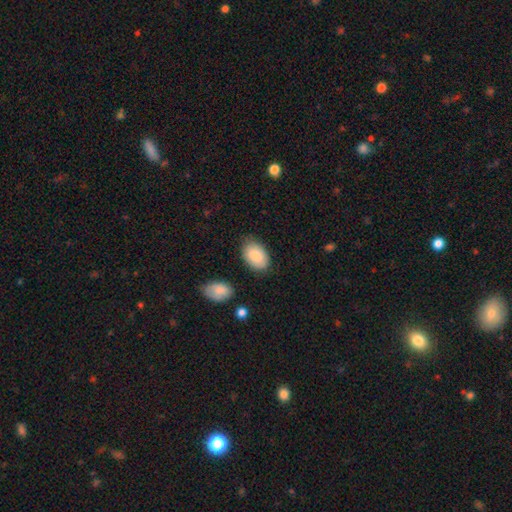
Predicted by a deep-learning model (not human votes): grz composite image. It shows a smooth galaxy with no disk features (87%) that is in between round and cigar-shaped (91%). Merging: none (79%).